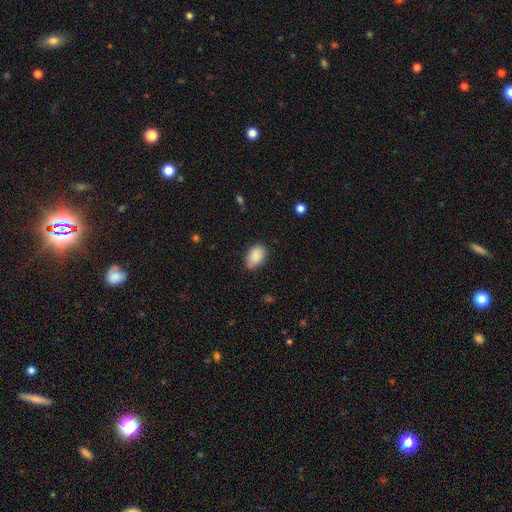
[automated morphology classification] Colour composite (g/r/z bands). It shows a smooth galaxy with no disk features (88%) that is in between round and cigar-shaped (85%). Merging: none (71%).